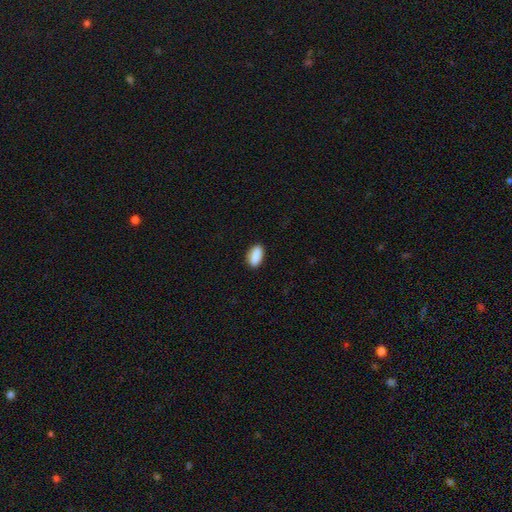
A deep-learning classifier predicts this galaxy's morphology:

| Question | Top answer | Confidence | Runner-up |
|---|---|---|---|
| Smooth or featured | smooth | 89% | star or artifact (7%) |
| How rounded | in between | 88% | cigar-shaped (9%) |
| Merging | none | 87% | minor disturbance (10%) |